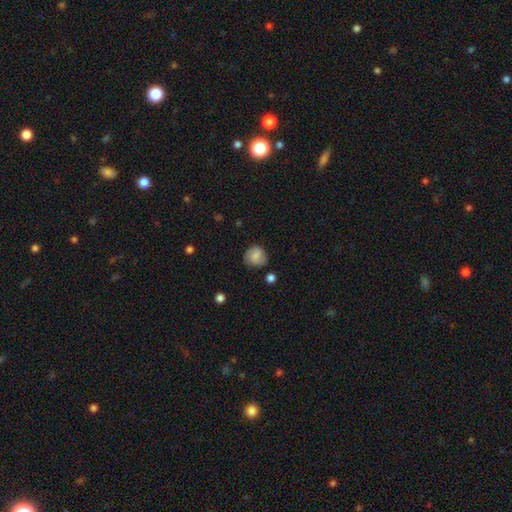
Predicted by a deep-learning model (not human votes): Smooth or featured: smooth — 75% (featured or disk — 16%)
How rounded: round — 81% (in between — 18%)
Merging: none — 70% (minor disturbance — 21%)